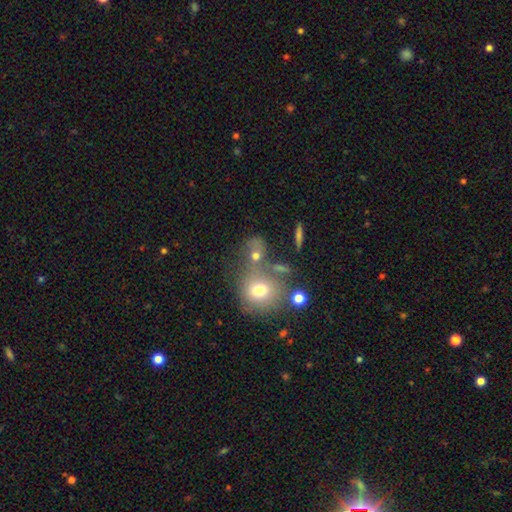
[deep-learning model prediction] Smooth or featured?
  - smooth: 60% *
  - star or artifact: 20%
  - featured or disk: 20%
How rounded?
  - round: 68% *
  - in between: 29%
  - cigar-shaped: 3%
Merging?
  - none: 43% *
  - merger: 32%
  - minor disturbance: 14%
  - major disturbance: 10%